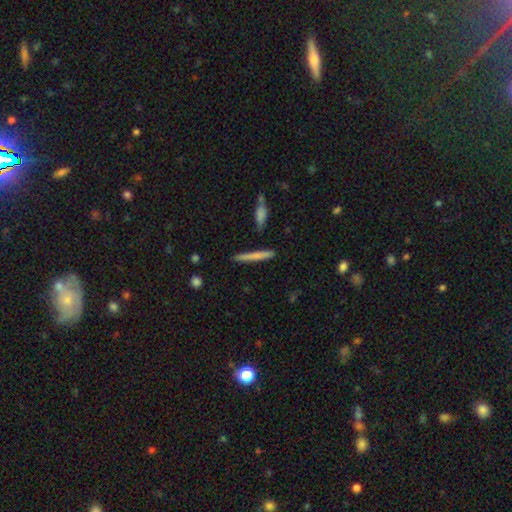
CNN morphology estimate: A smooth galaxy with no disk features (69%) that is cigar-shaped (95%).

Vote fractions:
- Smooth or featured? smooth: 69% / featured or disk: 26% / star or artifact: 6%
- How rounded? cigar-shaped: 95% / in between: 3% / round: 2%
- Merging? none: 87% / minor disturbance: 8% / merger: 3% / major disturbance: 2%